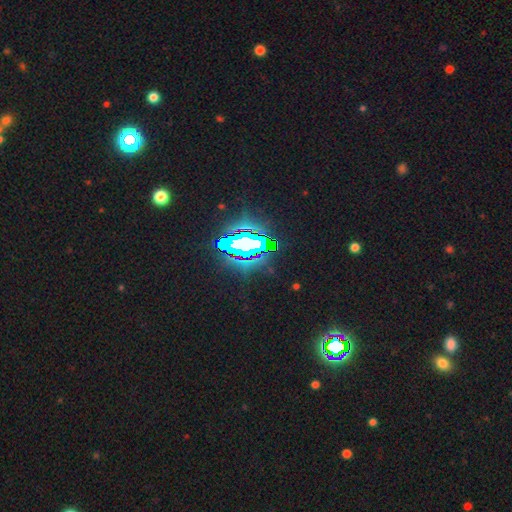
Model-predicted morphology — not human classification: Smooth or featured? star or artifact (85%)